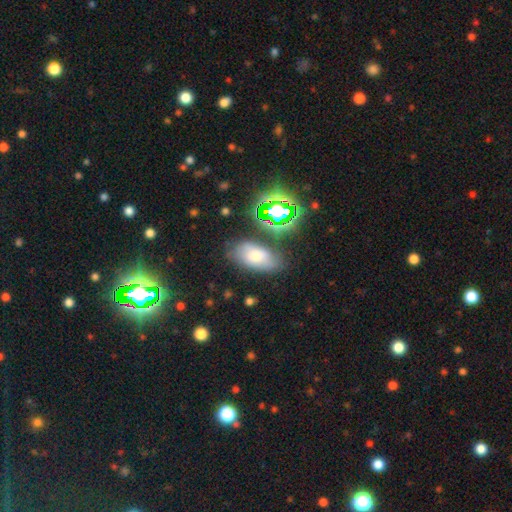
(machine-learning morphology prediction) Q: Smooth or featured?
A: smooth (56%); runner-up: star or artifact (23%)
Q: How rounded?
A: in between (89%); runner-up: round (7%)
Q: Merging?
A: none (72%); runner-up: minor disturbance (17%)